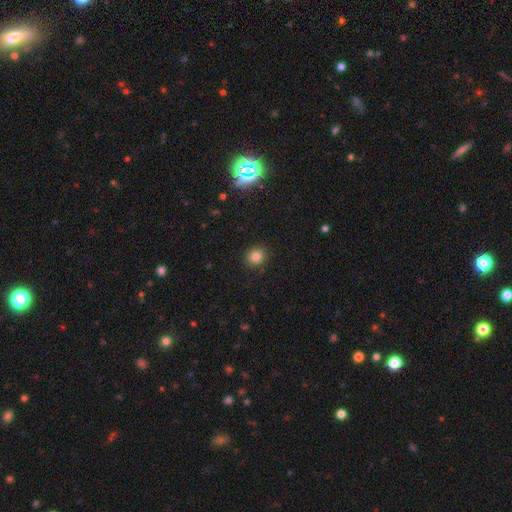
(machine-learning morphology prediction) A smooth galaxy with no disk features (82%) that is round (83%).

Vote fractions:
- Smooth or featured? smooth: 82% / star or artifact: 13% / featured or disk: 6%
- How rounded? round: 83% / in between: 16% / cigar-shaped: 1%
- Merging? none: 90% / minor disturbance: 7% / major disturbance: 2% / merger: 1%